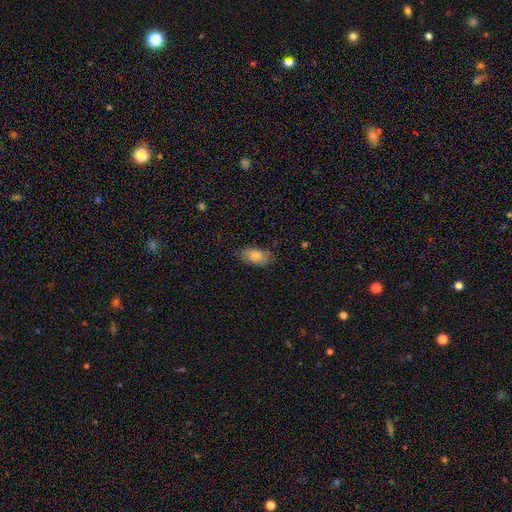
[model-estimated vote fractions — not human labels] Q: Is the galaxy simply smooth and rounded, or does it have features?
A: smooth — 82%.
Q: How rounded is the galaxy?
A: in between — 92%.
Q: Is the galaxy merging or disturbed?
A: none — 80%.